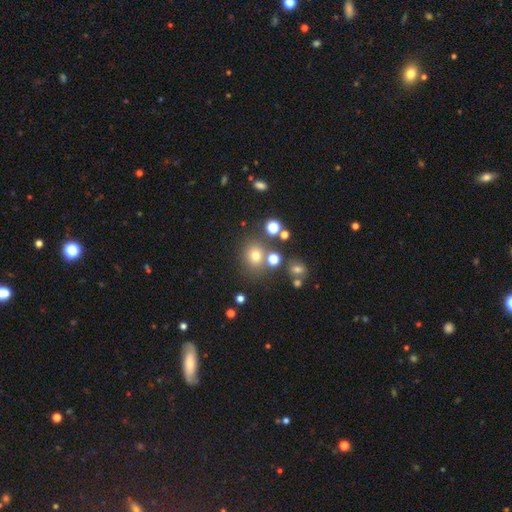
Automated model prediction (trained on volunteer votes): Smooth or featured? Predicted: smooth (p=0.70). How rounded? Predicted: round (p=0.76). Merging? Predicted: none (p=0.71).